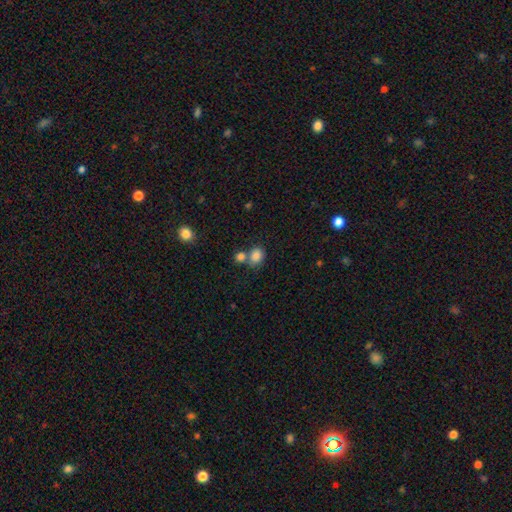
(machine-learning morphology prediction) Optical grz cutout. It shows a smooth galaxy with no disk features (84%) that is round (57%). Merging: none (48%).